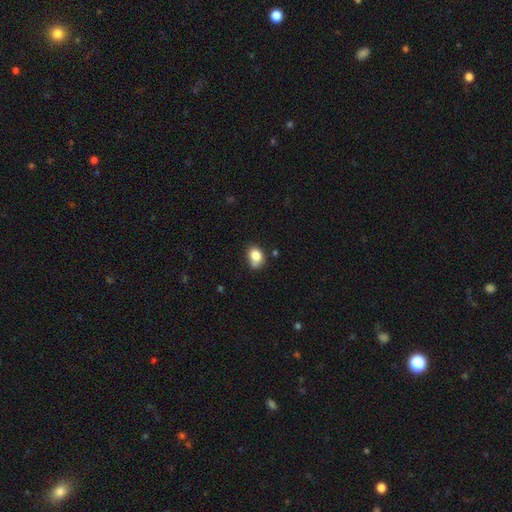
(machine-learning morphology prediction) smooth 82%, star or artifact 10%, featured or disk 8%. Down the decision tree: how rounded — in between (64%); merging — none (56%).